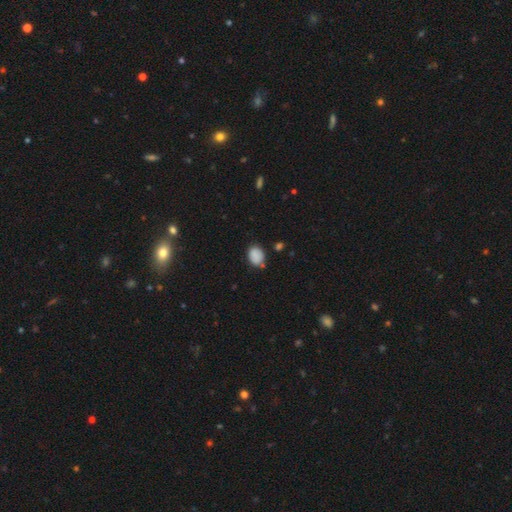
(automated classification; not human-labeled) smooth-or-featured: smooth: 86% | star or artifact: 9% | featured or disk: 6%
  how-rounded: in between: 61% | round: 38% | cigar-shaped: 1%
  merging: none: 68% | minor disturbance: 22% | merger: 6% | major disturbance: 4%